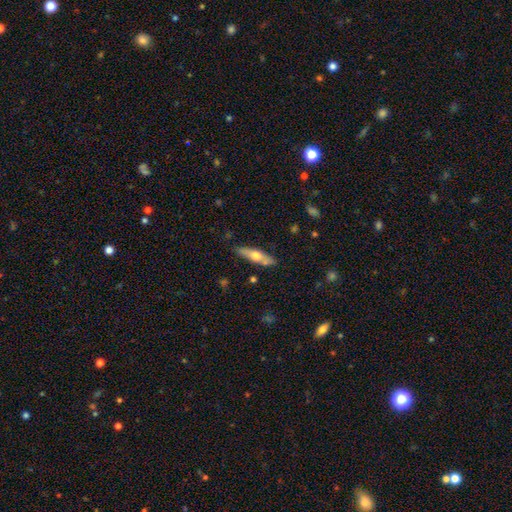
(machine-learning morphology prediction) This appears to be a smooth galaxy with no disk features (54%) that is cigar-shaped (67%). Merging: none (80%).